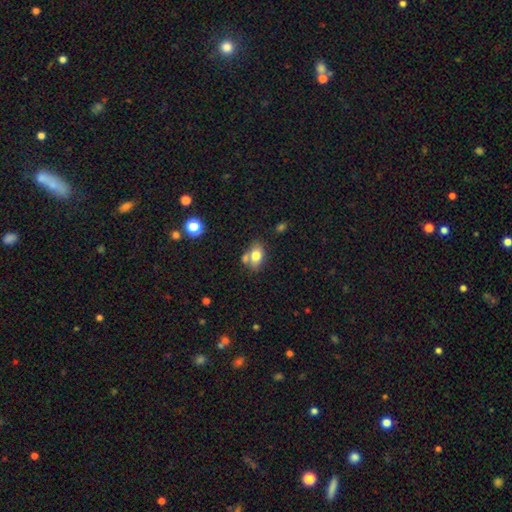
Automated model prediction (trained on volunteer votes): A smooth galaxy with no disk features (78%) that is in between round and cigar-shaped (81%).

Vote fractions:
- Smooth or featured? smooth: 78% / featured or disk: 14% / star or artifact: 9%
- How rounded? in between: 81% / round: 17% / cigar-shaped: 2%
- Merging? none: 53% / merger: 27% / minor disturbance: 15% / major disturbance: 5%